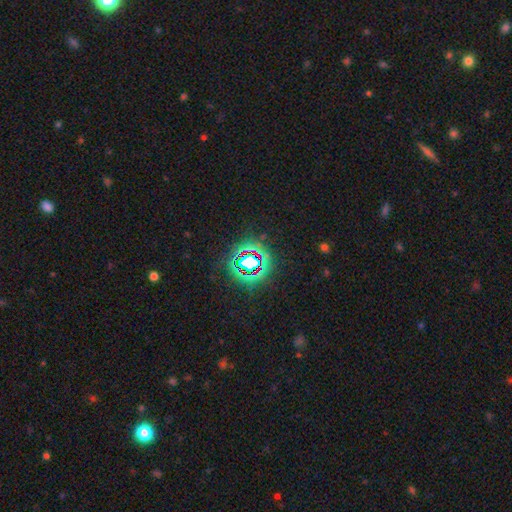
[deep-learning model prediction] star or artifact 80%, smooth 11%, featured or disk 9%.